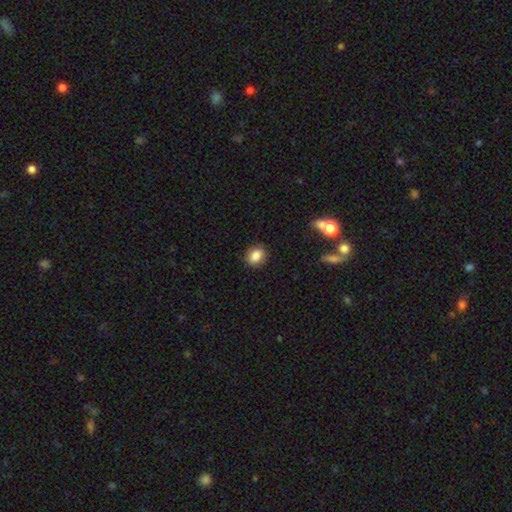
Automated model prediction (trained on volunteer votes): A smooth galaxy with no disk features (85%) that is round (57%).

Vote fractions:
- Smooth or featured? smooth: 85% / star or artifact: 9% / featured or disk: 6%
- How rounded? round: 57% / in between: 42% / cigar-shaped: 1%
- Merging? none: 87% / minor disturbance: 9% / major disturbance: 2% / merger: 1%